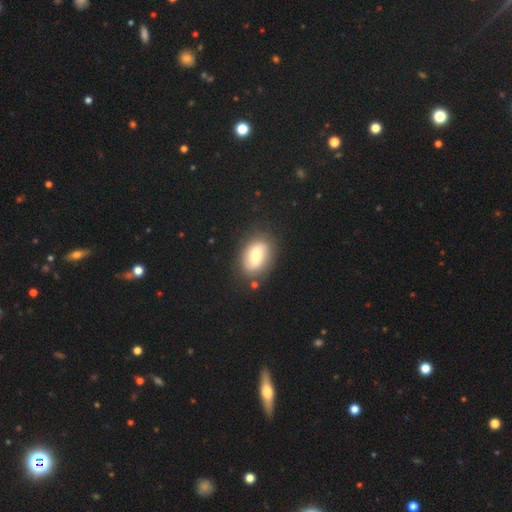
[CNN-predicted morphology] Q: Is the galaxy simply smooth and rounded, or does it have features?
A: smooth — 57%.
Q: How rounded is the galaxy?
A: in between — 85%.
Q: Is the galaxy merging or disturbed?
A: none — 78%.